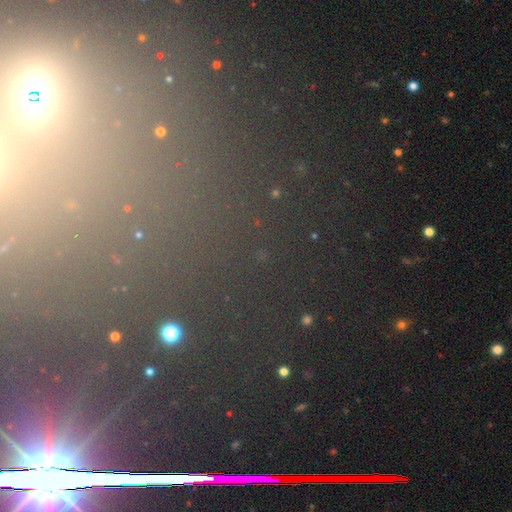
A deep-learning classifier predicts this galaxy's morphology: This is likely a star or artifact rather than a galaxy (75%).